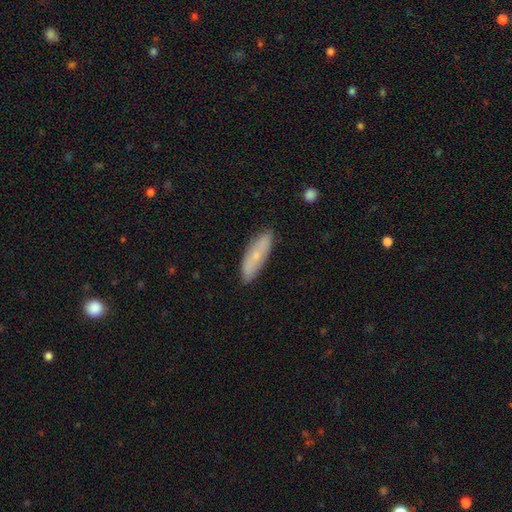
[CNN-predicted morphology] Smooth or featured?
  - smooth: 61% *
  - featured or disk: 32%
  - star or artifact: 7%
How rounded?
  - cigar-shaped: 51% *
  - in between: 47%
  - round: 2%
Merging?
  - none: 85% *
  - minor disturbance: 11%
  - major disturbance: 2%
  - merger: 1%